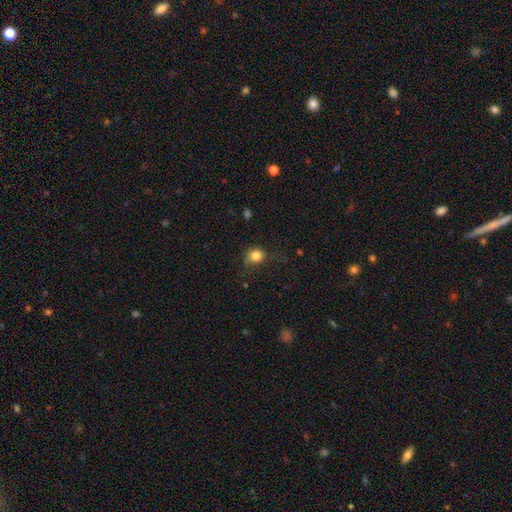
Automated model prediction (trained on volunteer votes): smooth-or-featured: smooth: 83% | star or artifact: 11% | featured or disk: 5%
  how-rounded: round: 78% | in between: 21% | cigar-shaped: 1%
  merging: none: 73% | minor disturbance: 19% | major disturbance: 6% | merger: 1%